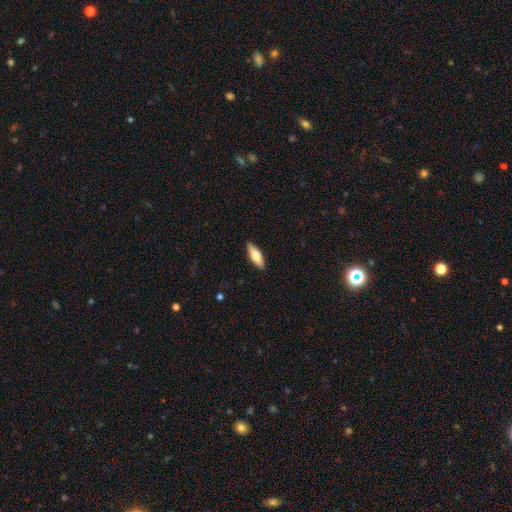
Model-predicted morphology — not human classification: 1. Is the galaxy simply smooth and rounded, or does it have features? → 69% smooth, 25% featured or disk, 6% star or artifact.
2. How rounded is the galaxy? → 60% in between, 38% cigar-shaped, 2% round.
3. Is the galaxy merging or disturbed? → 88% none, 9% minor disturbance, 2% major disturbance, 1% merger.